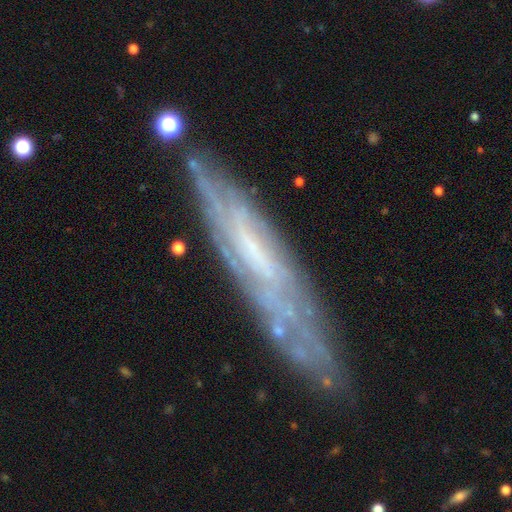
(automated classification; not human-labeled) Smooth or featured: featured or disk — 72% (smooth — 19%)
Edge-on disk: yes — 55% (no — 45%)
Merging: none — 78% (minor disturbance — 15%)